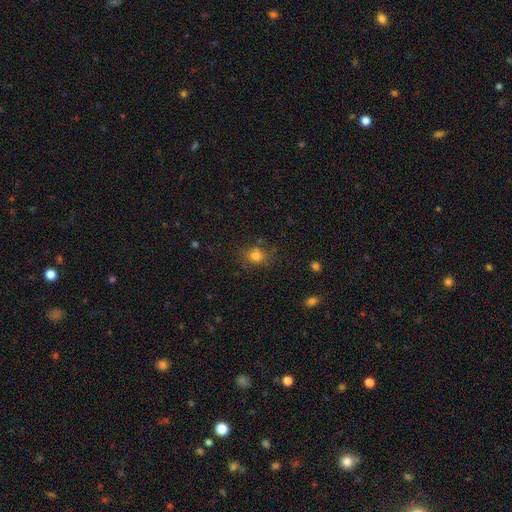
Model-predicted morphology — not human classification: Overall: smooth (77%). How rounded: round (64%; in between 34%). Merging: none (70%).